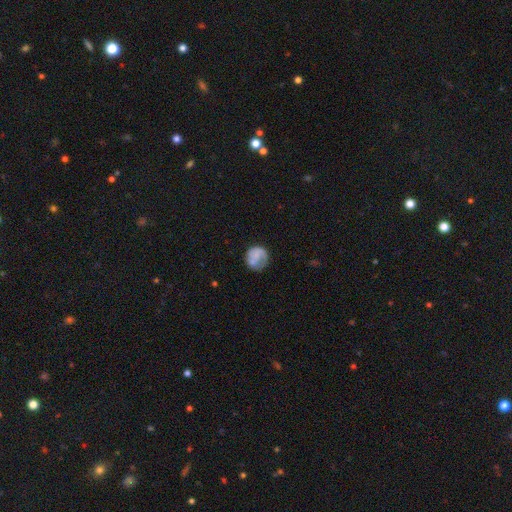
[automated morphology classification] smooth-or-featured: smooth: 61% | featured or disk: 31% | star or artifact: 8%
  how-rounded: round: 85% | in between: 14% | cigar-shaped: 1%
  merging: none: 56% | minor disturbance: 25% | major disturbance: 14% | merger: 5%